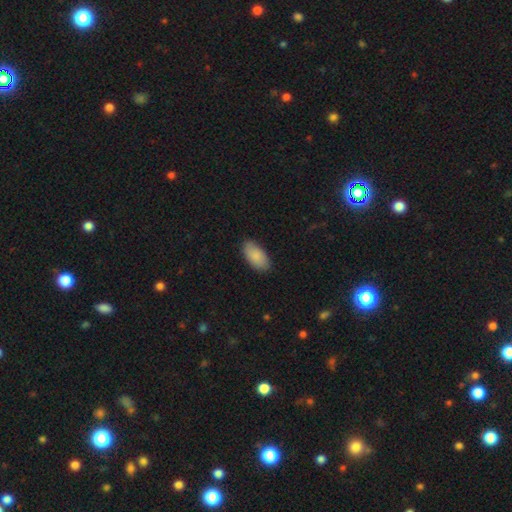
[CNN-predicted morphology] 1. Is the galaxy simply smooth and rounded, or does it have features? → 87% smooth, 7% featured or disk, 6% star or artifact.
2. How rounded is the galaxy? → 94% in between, 4% cigar-shaped, 2% round.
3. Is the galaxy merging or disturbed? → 84% none, 12% minor disturbance, 2% major disturbance, 1% merger.